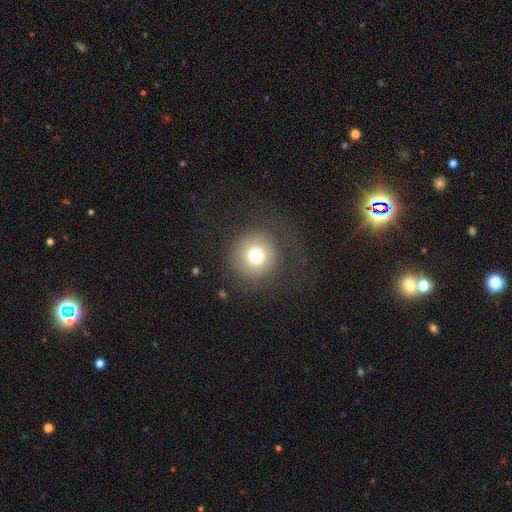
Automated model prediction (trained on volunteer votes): smooth 73%, star or artifact 13%, featured or disk 13%. Down the decision tree: how rounded — round (95%); merging — none (80%).